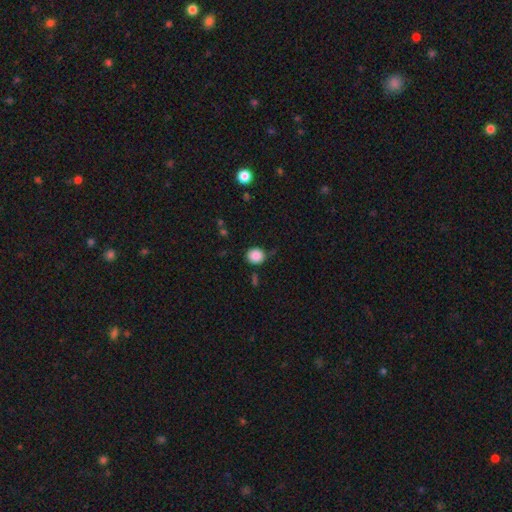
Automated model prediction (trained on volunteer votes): Smooth or featured?
  - smooth: 87% *
  - star or artifact: 9%
  - featured or disk: 4%
How rounded?
  - round: 84% *
  - in between: 15%
  - cigar-shaped: 1%
Merging?
  - none: 78% *
  - minor disturbance: 15%
  - major disturbance: 4%
  - merger: 3%